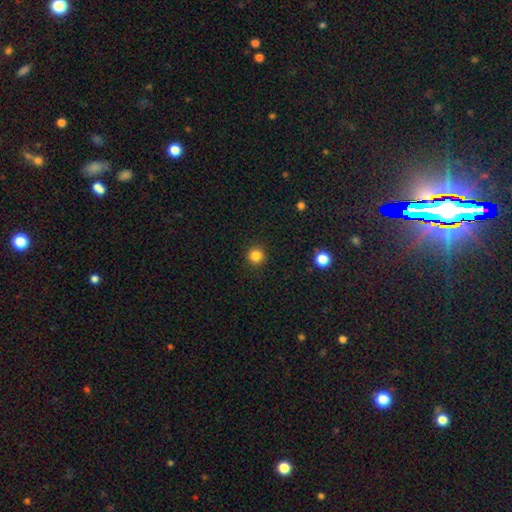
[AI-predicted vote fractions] smooth_or_featured: smooth (p=0.84) [alt: star or artifact p=0.12]
how_rounded: round (p=0.95) [alt: in between p=0.04]
merging: none (p=0.92) [alt: minor disturbance p=0.05]